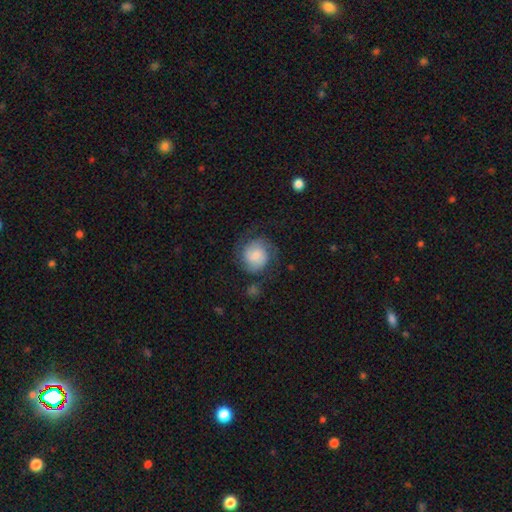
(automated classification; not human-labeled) Smooth or featured: featured or disk — 46% (tied with smooth — 46%)
Merging: none — 66% (minor disturbance — 19%)